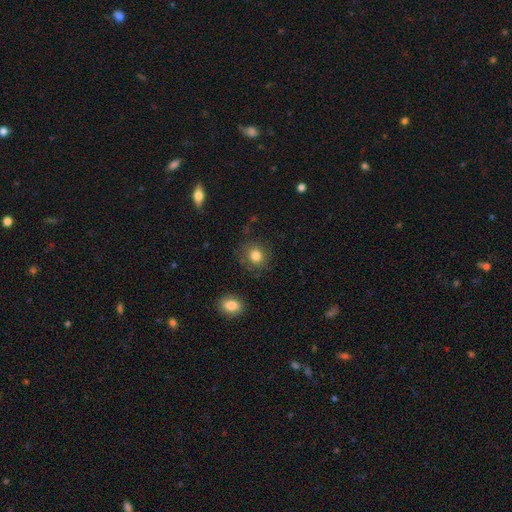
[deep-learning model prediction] A smooth galaxy with no disk features (82%) that is round (81%).

Vote fractions:
- Smooth or featured? smooth: 82% / star or artifact: 11% / featured or disk: 7%
- How rounded? round: 81% / in between: 18% / cigar-shaped: 1%
- Merging? none: 82% / minor disturbance: 12% / major disturbance: 4% / merger: 2%